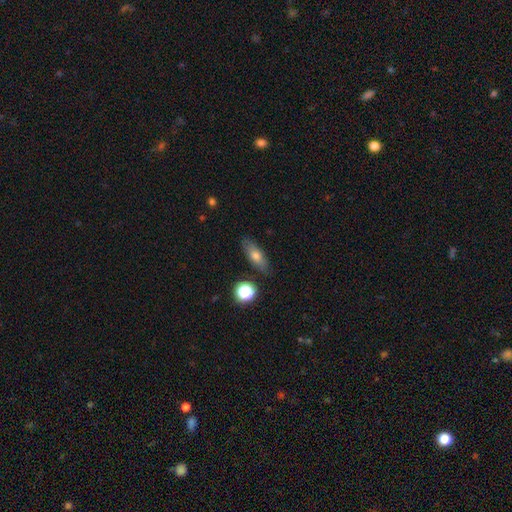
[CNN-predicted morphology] Q: Smooth or featured?
A: smooth (68%); runner-up: featured or disk (23%)
Q: How rounded?
A: in between (65%); runner-up: cigar-shaped (28%)
Q: Merging?
A: none (83%); runner-up: minor disturbance (11%)